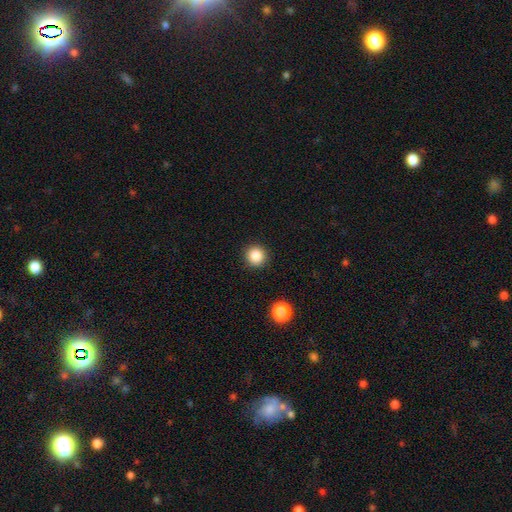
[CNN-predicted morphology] smooth 85%, star or artifact 11%, featured or disk 4%. Down the decision tree: how rounded — round (94%); merging — none (92%).